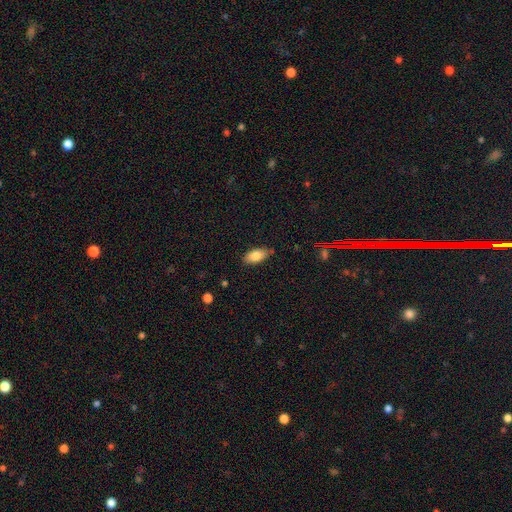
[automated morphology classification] Smooth or featured: smooth — 82% (featured or disk — 11%)
How rounded: in between — 91% (cigar-shaped — 6%)
Merging: none — 81% (minor disturbance — 15%)